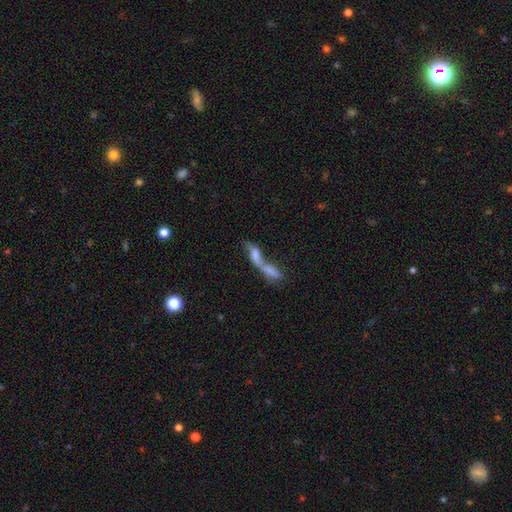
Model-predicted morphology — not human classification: Smooth or featured? Predicted: smooth (p=0.47). Merging? Predicted: merger (p=0.76).